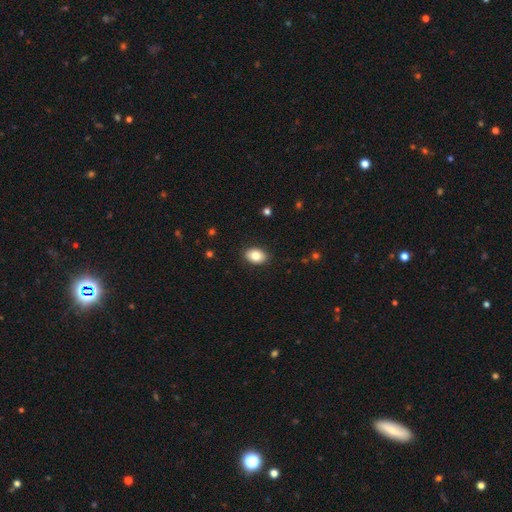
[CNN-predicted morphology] Smooth or featured? Predicted: smooth (p=0.82). How rounded? Predicted: in between (p=0.82). Merging? Predicted: none (p=0.89).